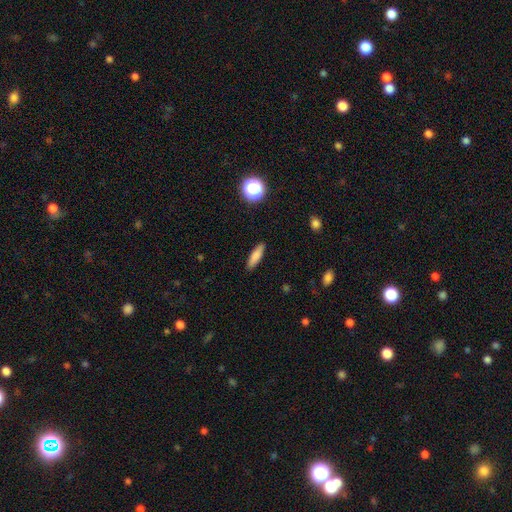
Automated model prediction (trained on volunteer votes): Smooth or featured? smooth (82%)
How rounded? cigar-shaped (65%)
Merging? none (89%)